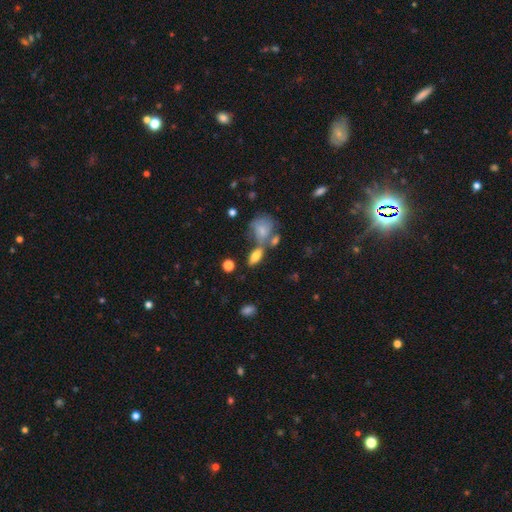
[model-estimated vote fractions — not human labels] Smooth or featured?
  - smooth: 70% *
  - featured or disk: 20%
  - star or artifact: 10%
How rounded?
  - in between: 77% *
  - cigar-shaped: 15%
  - round: 7%
Merging?
  - none: 50% *
  - merger: 29%
  - minor disturbance: 14%
  - major disturbance: 6%